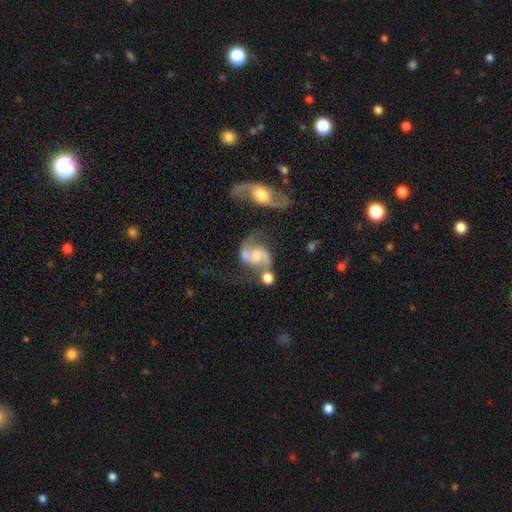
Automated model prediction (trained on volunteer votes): Morphology: type=featured or disk (84%); edge-on=no (98%); bar=no (46%); spiral arms=yes (96%); winding=loose (46%); arm count=2 (92%); bulge=moderate (40%); merging=none (42%).